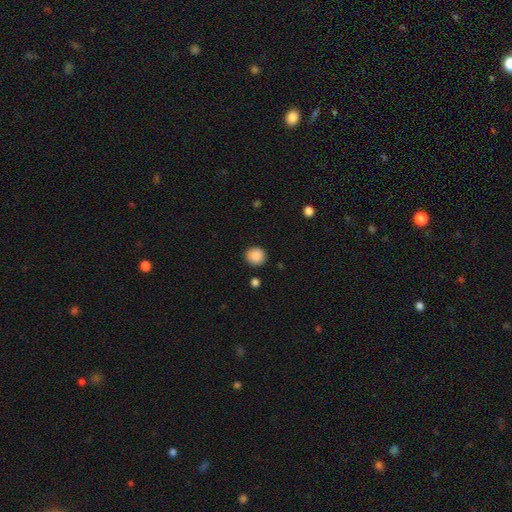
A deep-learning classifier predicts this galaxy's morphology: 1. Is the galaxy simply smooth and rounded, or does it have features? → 88% smooth, 8% star or artifact, 3% featured or disk.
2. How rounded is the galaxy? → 87% round, 12% in between, 1% cigar-shaped.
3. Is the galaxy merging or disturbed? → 88% none, 8% minor disturbance, 2% major disturbance, 2% merger.